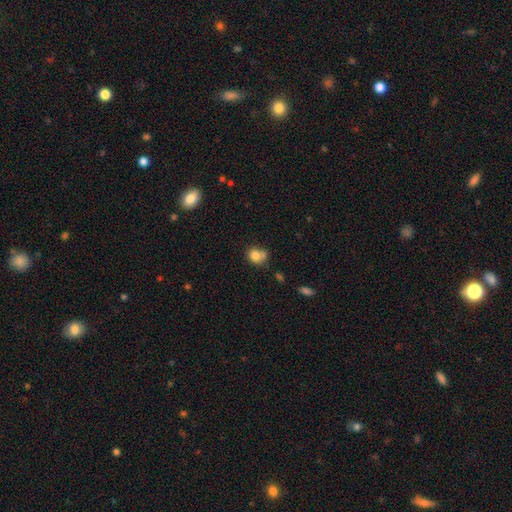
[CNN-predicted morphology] This is likely a smooth galaxy (79%). How rounded: likely round (61%). Merging: possibly none (46%).